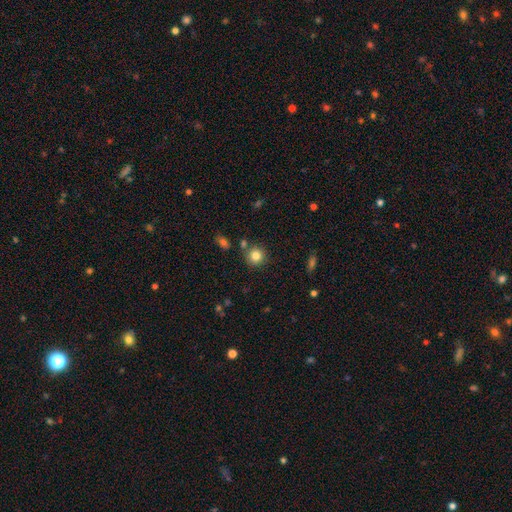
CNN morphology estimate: Smooth or featured: smooth — 82% (star or artifact — 11%)
How rounded: round — 91% (in between — 8%)
Merging: none — 80% (minor disturbance — 9%)